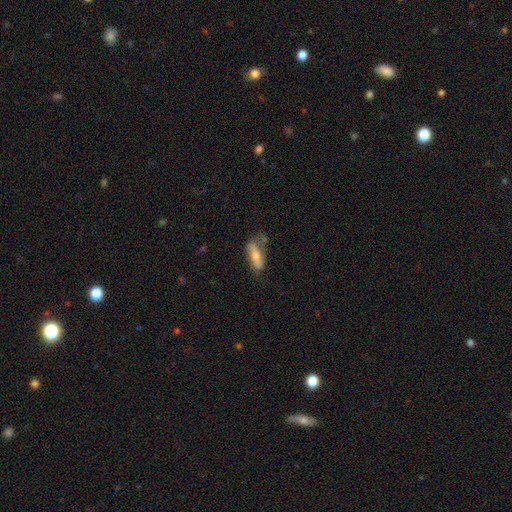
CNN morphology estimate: Smooth or featured: smooth — 49% (featured or disk — 45%)
Merging: none — 51% (minor disturbance — 29%)